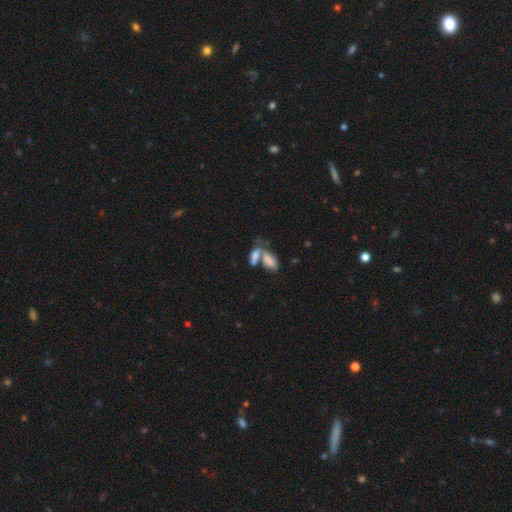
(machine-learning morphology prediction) Smooth or featured: smooth — 75% (featured or disk — 16%)
How rounded: in between — 87% (cigar-shaped — 9%)
Merging: merger — 60% (none — 24%)